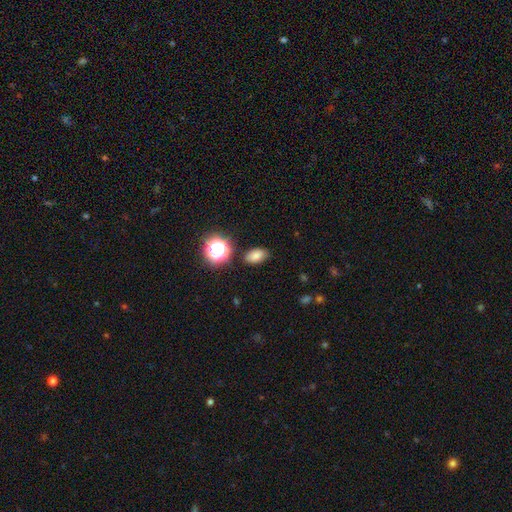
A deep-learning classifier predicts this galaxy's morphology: Overall: smooth (78%). How rounded: in between (84%). Merging: none (84%).